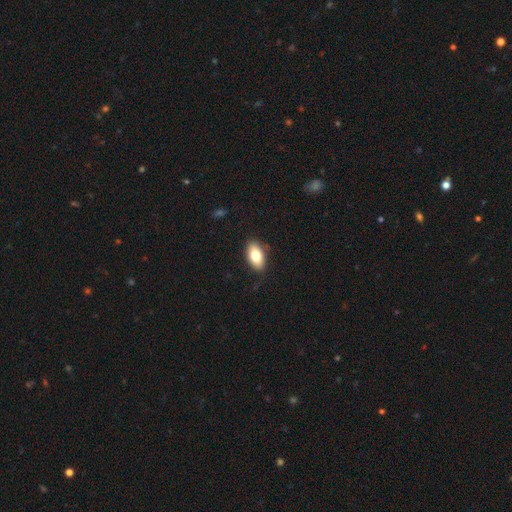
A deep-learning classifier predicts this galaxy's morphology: Smooth or featured? Predicted: smooth (p=0.78). How rounded? Predicted: in between (p=0.92). Merging? Predicted: none (p=0.82).